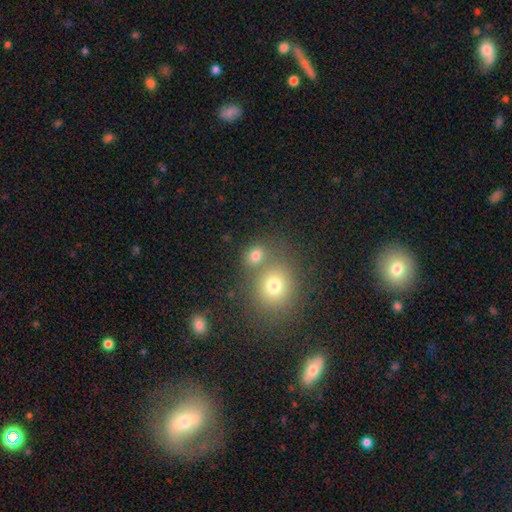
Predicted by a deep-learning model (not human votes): Morphology: type=smooth (75%); roundness=round (66%); merging=none (56%).